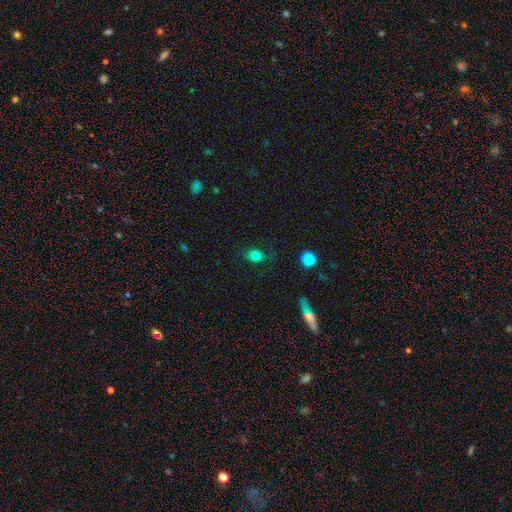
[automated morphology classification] Smooth or featured? smooth (81%)
How rounded? round (54%)
Merging? none (75%)